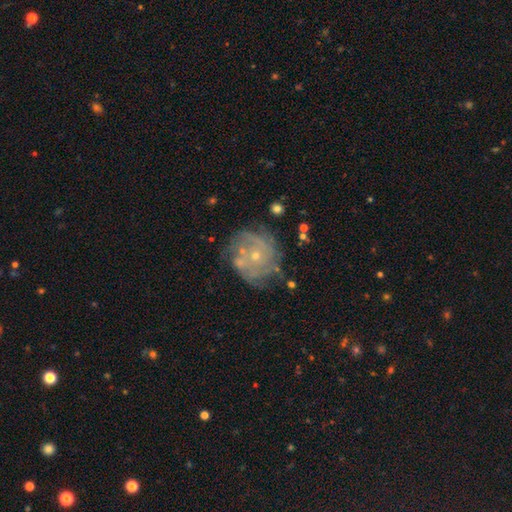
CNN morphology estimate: This is likely a featured or disk galaxy (75%). It is clearly not viewed edge-on (98%). Bar: clearly no (82%). Spiral arm pattern: clearly yes (82%). Spiral arm count: possibly can't tell (45%). Spiral winding: likely tight (61%). Central bulge: likely small (75%). Merging: likely none (64%).